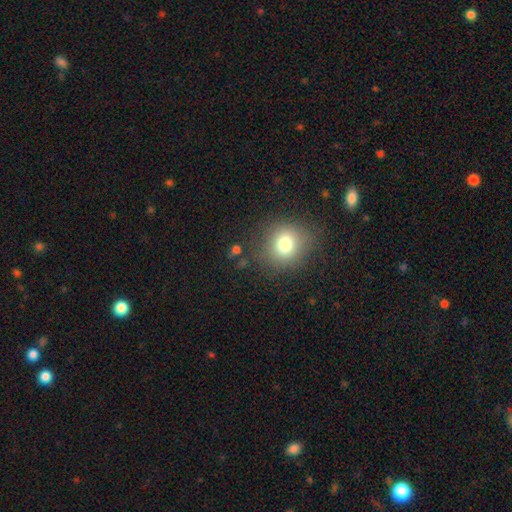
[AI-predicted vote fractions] smooth 68%, star or artifact 24%, featured or disk 8%. Down the decision tree: how rounded — round (78%); merging — none (87%).